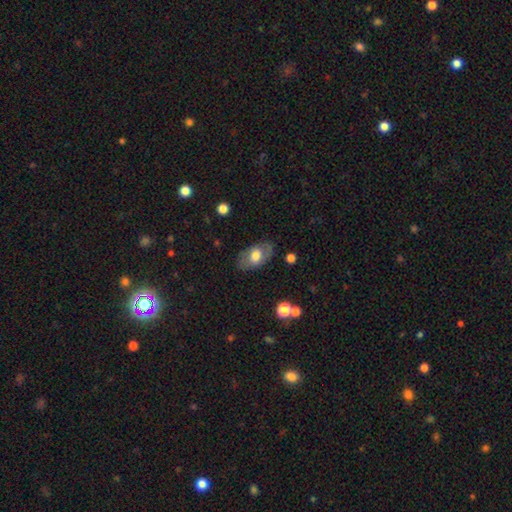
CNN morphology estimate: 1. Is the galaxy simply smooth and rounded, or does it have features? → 57% smooth, 36% featured or disk, 7% star or artifact.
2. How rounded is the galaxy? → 89% in between, 9% round, 2% cigar-shaped.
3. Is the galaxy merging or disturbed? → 76% none, 17% minor disturbance, 6% major disturbance, 2% merger.